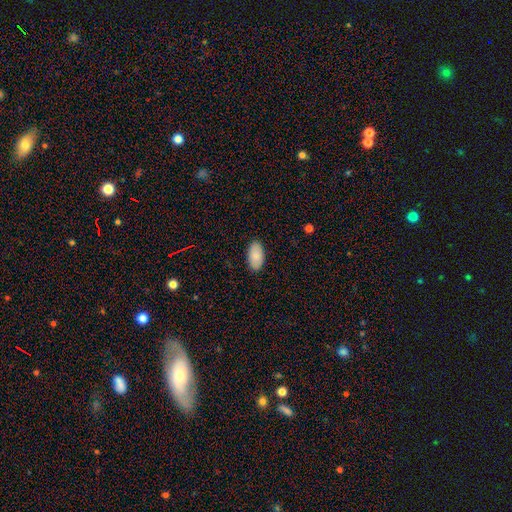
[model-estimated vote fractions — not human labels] Smooth or featured? Predicted: smooth (p=0.87). How rounded? Predicted: in between (p=0.96). Merging? Predicted: none (p=0.88).